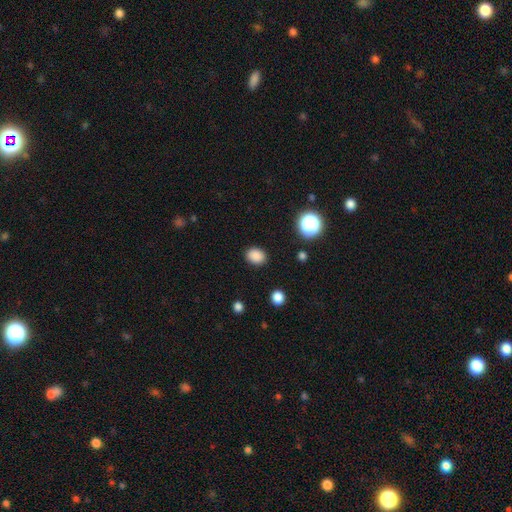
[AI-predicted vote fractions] Smooth or featured: smooth — 86% (star or artifact — 11%)
How rounded: in between — 53% (round — 46%)
Merging: none — 87% (minor disturbance — 8%)